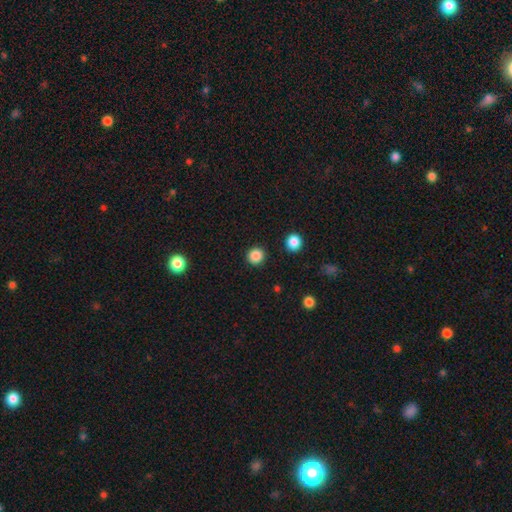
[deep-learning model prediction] smooth 86%, star or artifact 11%, featured or disk 3%. Down the decision tree: how rounded — round (94%); merging — none (92%).